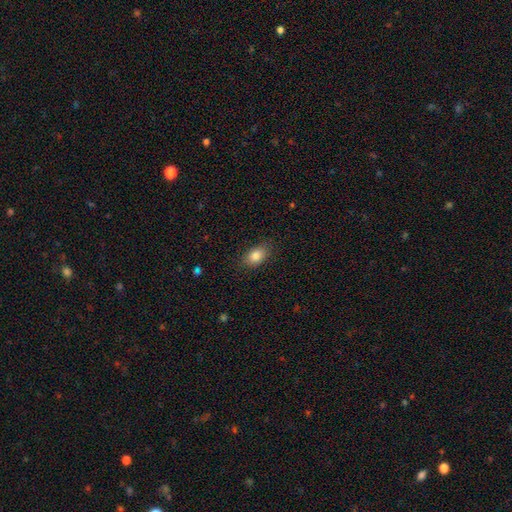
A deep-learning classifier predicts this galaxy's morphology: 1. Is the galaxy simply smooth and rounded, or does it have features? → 84% smooth, 9% star or artifact, 7% featured or disk.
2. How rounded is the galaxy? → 84% in between, 14% round, 2% cigar-shaped.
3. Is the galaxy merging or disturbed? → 84% none, 12% minor disturbance, 3% major disturbance, 1% merger.